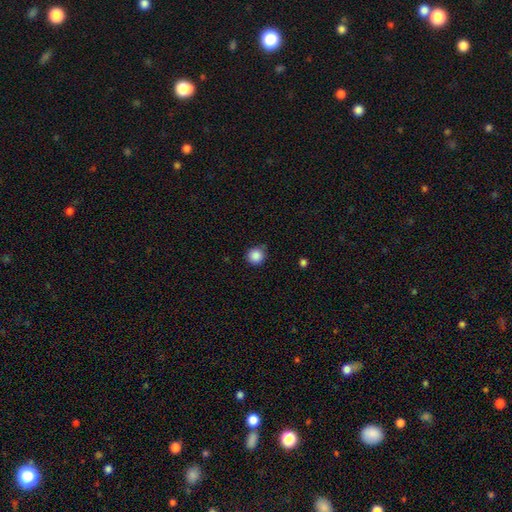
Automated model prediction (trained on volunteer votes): Morphology: type=smooth (87%); roundness=round (92%); merging=none (80%).